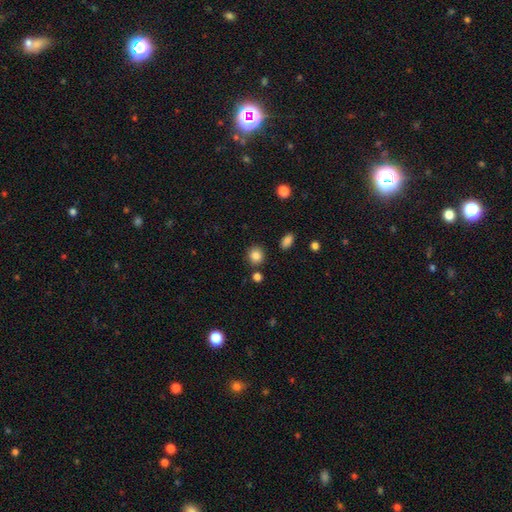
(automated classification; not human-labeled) This is clearly a smooth galaxy (85%). How rounded: clearly round (85%). Merging: clearly none (84%).